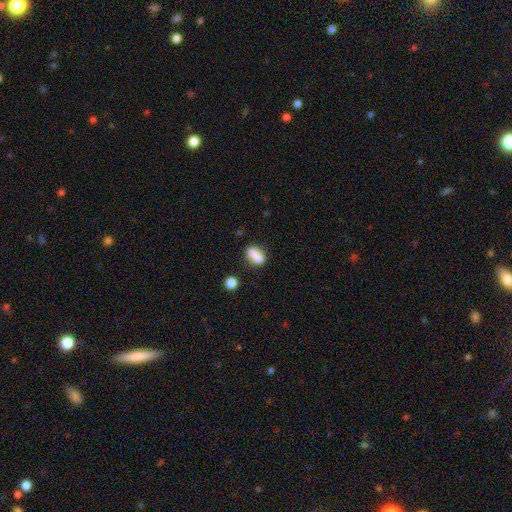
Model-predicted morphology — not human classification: The model was most divided on "merging": none: 60%, merger: 18%, minor disturbance: 17%, major disturbance: 5%. More confident: smooth or featured — smooth (81%); how rounded — in between (78%).